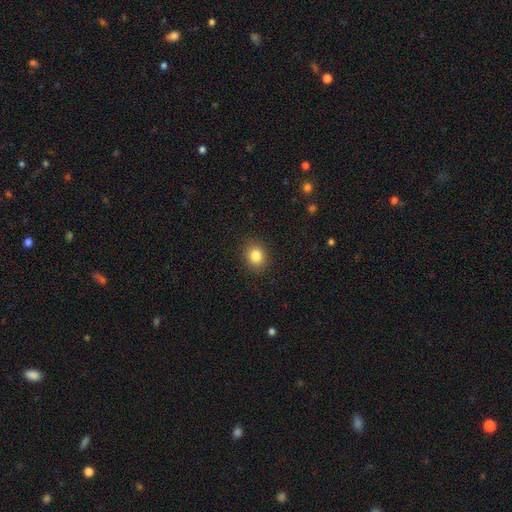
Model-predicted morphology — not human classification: A smooth galaxy with no disk features (83%) that is round (69%). Merging: none (90%).